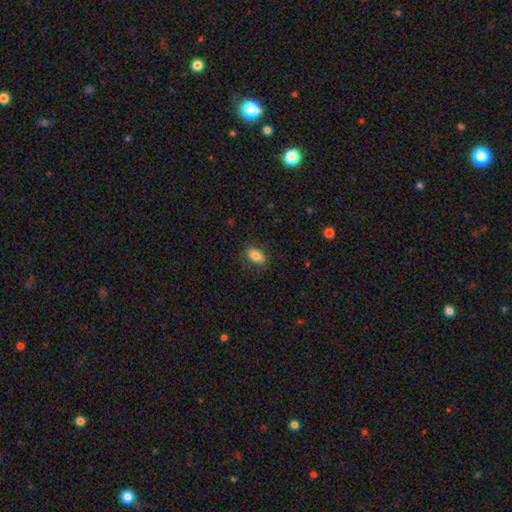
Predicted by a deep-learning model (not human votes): smooth 81%, featured or disk 11%, star or artifact 8%. Down the decision tree: how rounded — in between (89%); merging — none (83%).